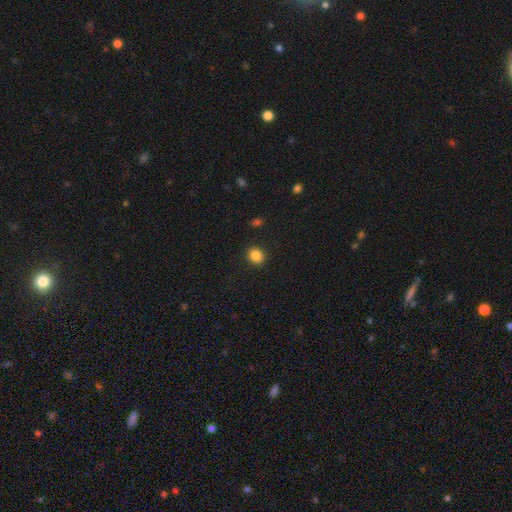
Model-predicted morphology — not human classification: This appears to be a smooth galaxy with no disk features (86%) that is round (80%). Merging: none (91%).